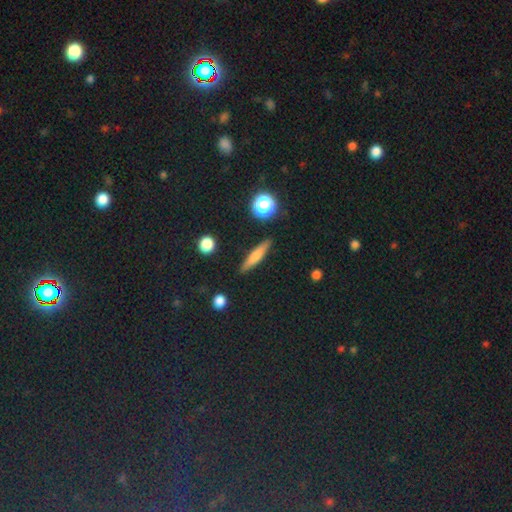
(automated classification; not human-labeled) Overall: smooth (62%; featured or disk 30%). How rounded: cigar-shaped (86%). Merging: none (88%).